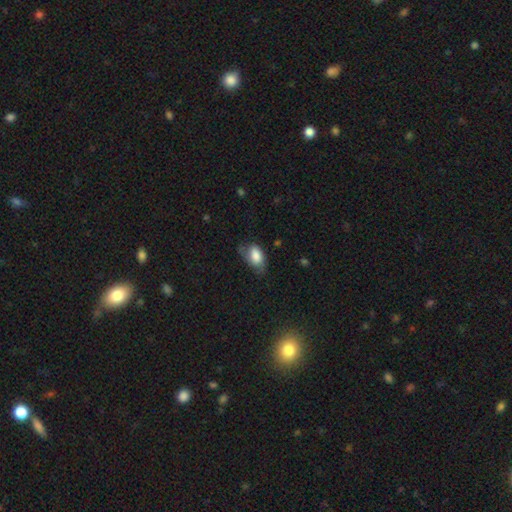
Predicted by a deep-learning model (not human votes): This is likely a smooth galaxy (78%). How rounded: clearly in between (91%). Merging: marginally none (44%).